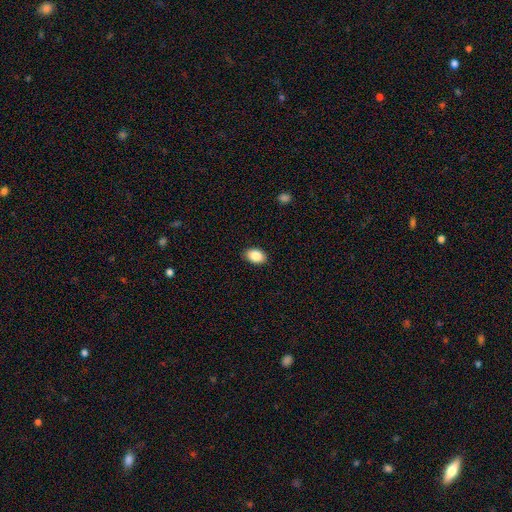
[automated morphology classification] Q: Smooth or featured?
A: smooth (87%); runner-up: star or artifact (8%)
Q: How rounded?
A: in between (86%); runner-up: round (13%)
Q: Merging?
A: none (89%); runner-up: minor disturbance (8%)